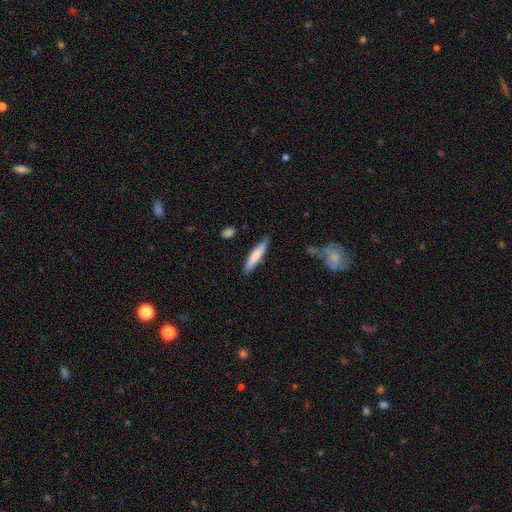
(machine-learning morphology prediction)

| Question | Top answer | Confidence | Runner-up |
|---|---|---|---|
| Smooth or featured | smooth | 78% | featured or disk (17%) |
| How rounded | cigar-shaped | 85% | in between (14%) |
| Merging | none | 83% | minor disturbance (12%) |